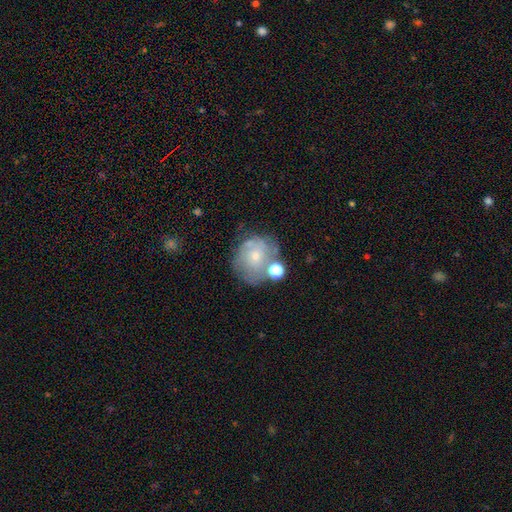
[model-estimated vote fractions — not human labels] smooth_or_featured: featured or disk (p=0.46) [alt: smooth p=0.43]
merging: none (p=0.48) [alt: minor disturbance p=0.22]